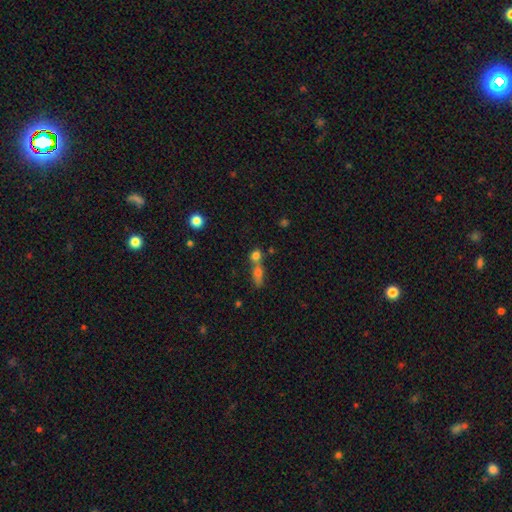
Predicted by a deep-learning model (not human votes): A smooth galaxy with no disk features (73%) that is round (64%). Merging: merger (53%).